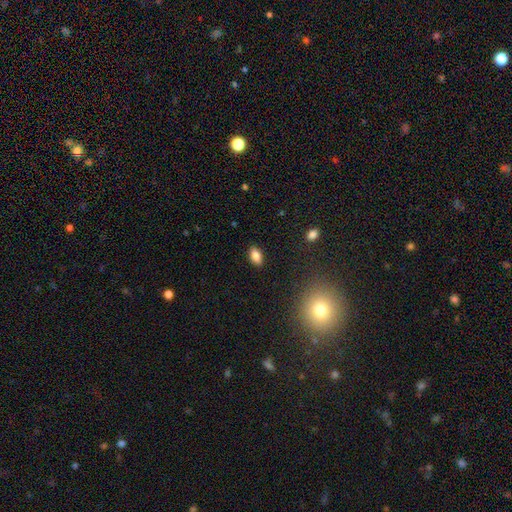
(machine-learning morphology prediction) Smooth or featured? smooth (83%)
How rounded? in between (89%)
Merging? none (87%)